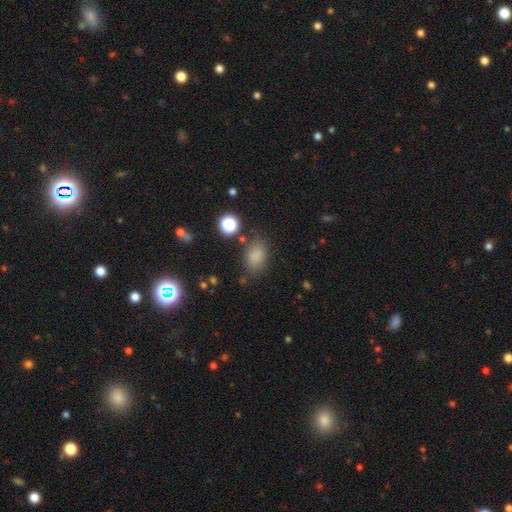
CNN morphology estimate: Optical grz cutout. It shows a smooth galaxy with no disk features (81%) that is in between round and cigar-shaped (83%). Merging: none (75%).